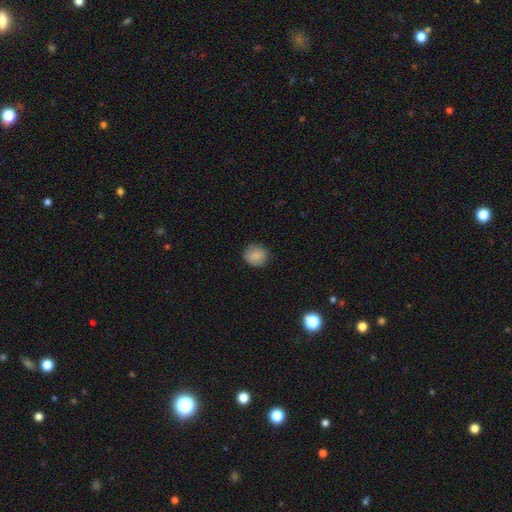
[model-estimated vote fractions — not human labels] Smooth or featured: smooth — 86% (star or artifact — 9%)
How rounded: round — 89% (in between — 10%)
Merging: none — 87% (minor disturbance — 9%)